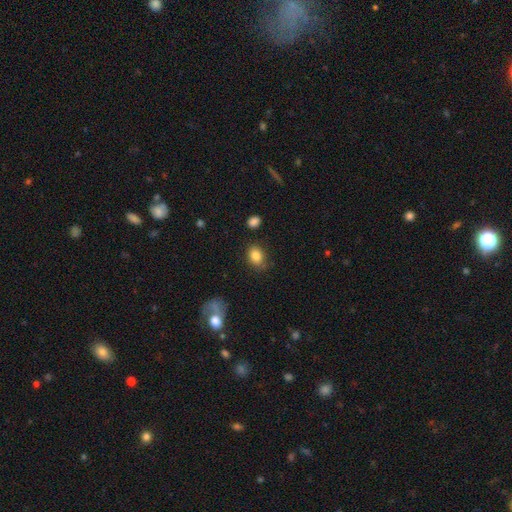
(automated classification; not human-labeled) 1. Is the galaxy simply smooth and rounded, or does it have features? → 85% smooth, 9% star or artifact, 6% featured or disk.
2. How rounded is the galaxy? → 61% in between, 38% round, 1% cigar-shaped.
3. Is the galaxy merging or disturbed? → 74% none, 18% minor disturbance, 5% major disturbance, 3% merger.